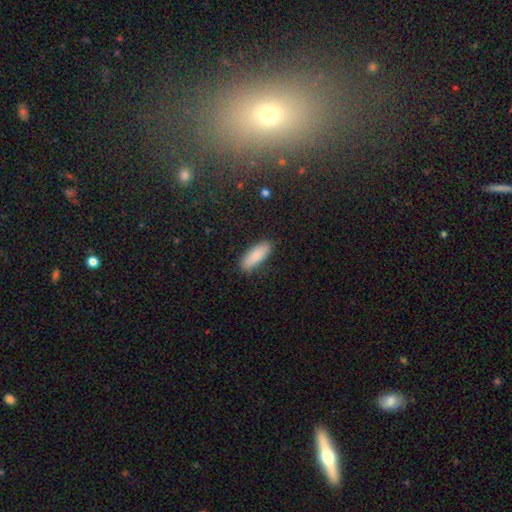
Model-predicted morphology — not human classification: Smooth or featured? Predicted: smooth (p=0.86). How rounded? Predicted: in between (p=0.62). Merging? Predicted: none (p=0.86).